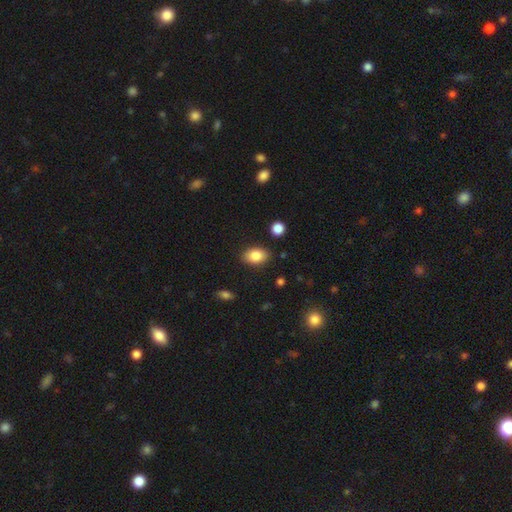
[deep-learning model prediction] smooth_or_featured: smooth (p=0.85) [alt: star or artifact p=0.08]
how_rounded: in between (p=0.85) [alt: round p=0.13]
merging: none (p=0.85) [alt: minor disturbance p=0.10]